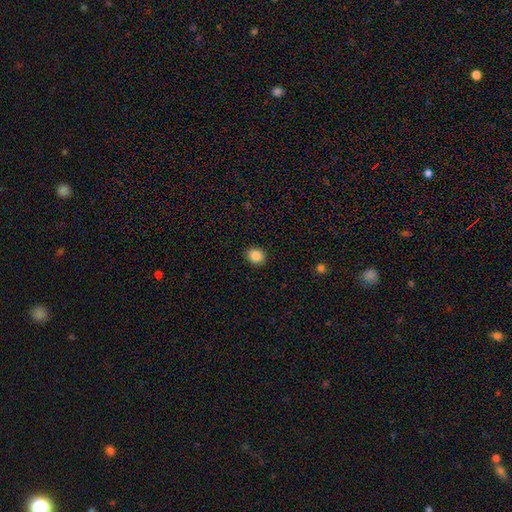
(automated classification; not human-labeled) A smooth galaxy with no disk features (87%) that is round (69%). Merging: none (90%).